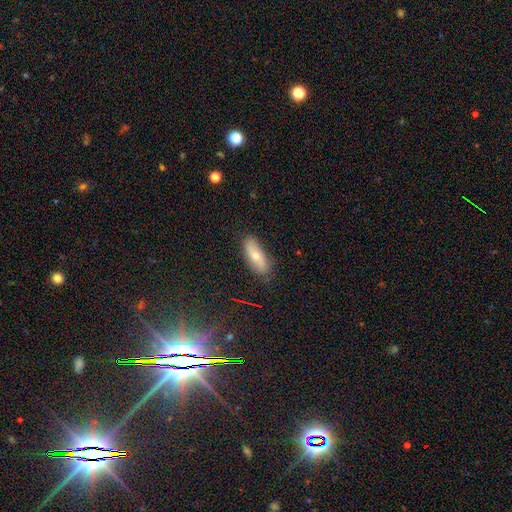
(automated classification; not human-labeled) A smooth galaxy with no disk features (53%) that is in between round and cigar-shaped (66%).

Vote fractions:
- Smooth or featured? smooth: 53% / featured or disk: 35% / star or artifact: 11%
- How rounded? in between: 66% / cigar-shaped: 31% / round: 4%
- Merging? none: 83% / minor disturbance: 13% / major disturbance: 3% / merger: 1%